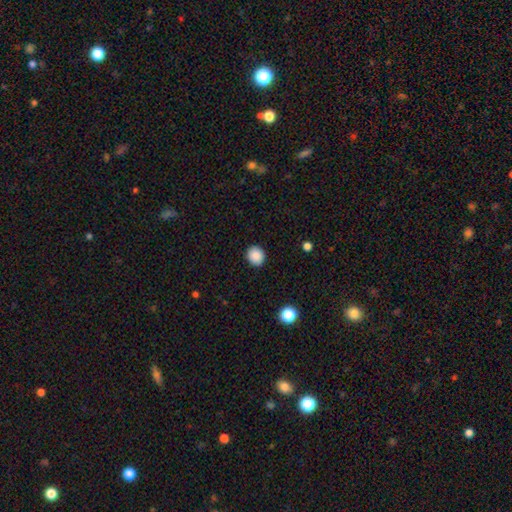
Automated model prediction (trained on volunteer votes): This appears to be a smooth galaxy with no disk features (89%) that is round (78%). Merging: none (90%).